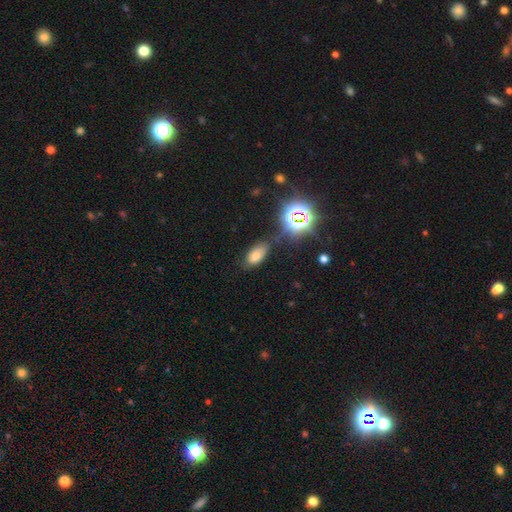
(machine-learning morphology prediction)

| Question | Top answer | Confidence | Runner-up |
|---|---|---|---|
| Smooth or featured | smooth | 67% | star or artifact (23%) |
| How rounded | in between | 92% | round (5%) |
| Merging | none | 67% | minor disturbance (22%) |